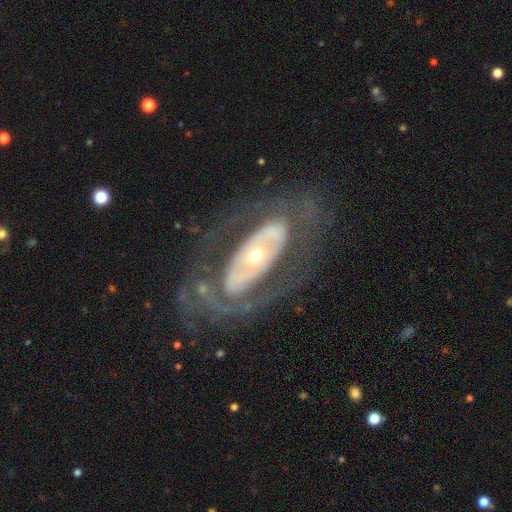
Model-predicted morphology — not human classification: The model was most divided on "bulge size": moderate: 49%, small: 42%, large: 6%, dominant: 2%, none: 1%. More confident: edge-on disk — no (90%); smooth or featured — featured or disk (81%); merging — none (72%); bar — no (66%); spiral arms — yes (56%).